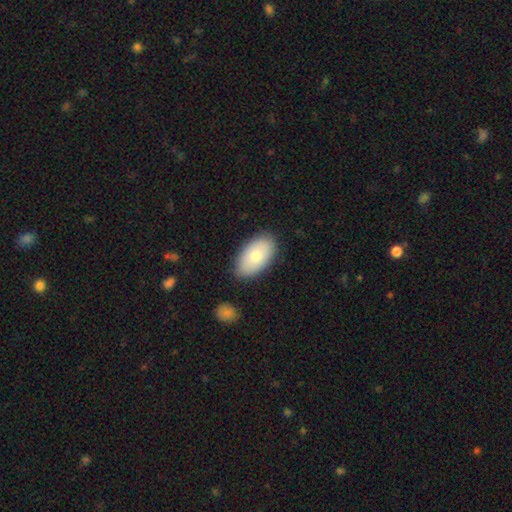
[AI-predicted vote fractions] This is likely a smooth galaxy (74%). How rounded: clearly in between (94%). Merging: clearly none (83%).